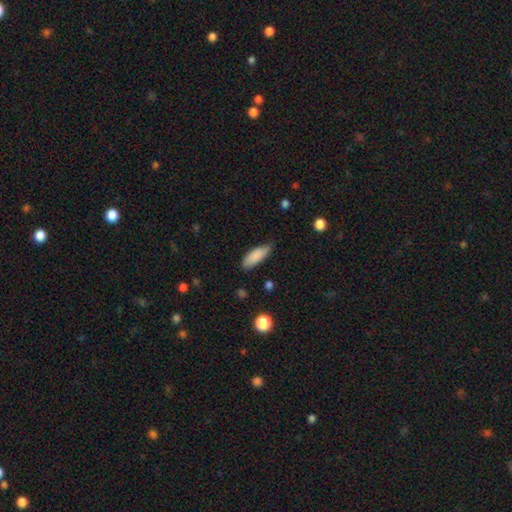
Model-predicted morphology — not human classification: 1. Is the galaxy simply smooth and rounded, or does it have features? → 87% smooth, 7% featured or disk, 6% star or artifact.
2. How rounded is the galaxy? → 65% in between, 34% cigar-shaped, 2% round.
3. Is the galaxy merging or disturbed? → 74% none, 22% minor disturbance, 3% major disturbance, 1% merger.